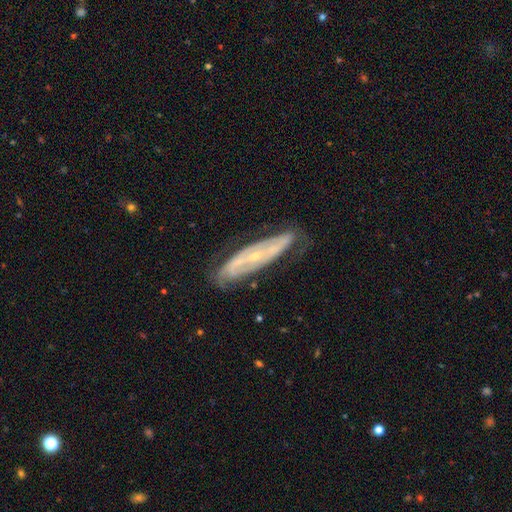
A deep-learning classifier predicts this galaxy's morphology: featured or disk 81%, smooth 13%, star or artifact 6%. Down the decision tree: edge-on disk — no (74%); bar — no (57%); spiral arms — yes (87%); spiral arm count — 2 (50%); spiral winding — tight (57%); bulge size — small (78%); merging — none (73%).